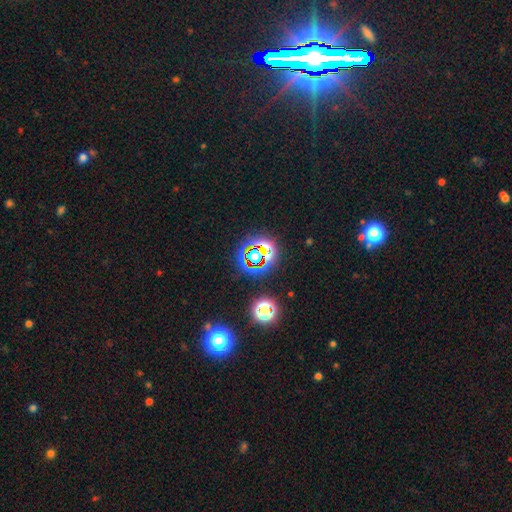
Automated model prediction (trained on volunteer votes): Smooth or featured? star or artifact (71%)